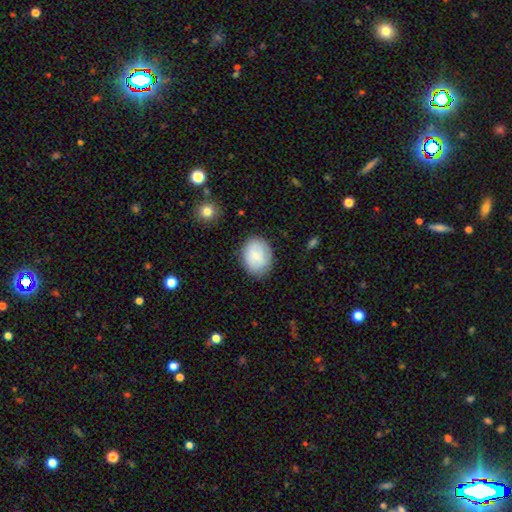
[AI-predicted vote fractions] smooth_or_featured: smooth (p=0.76) [alt: featured or disk p=0.17]
how_rounded: in between (p=0.65) [alt: round p=0.34]
merging: none (p=0.81) [alt: minor disturbance p=0.14]